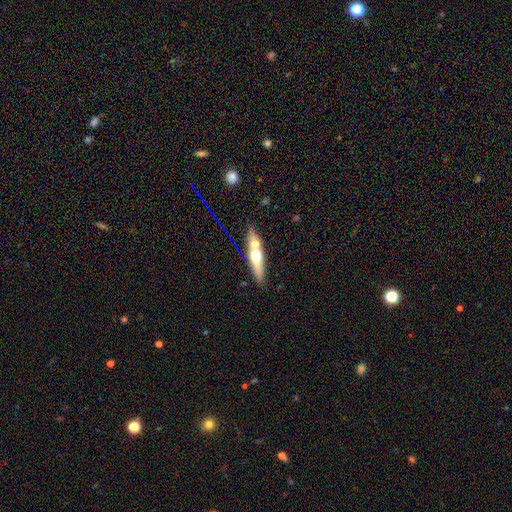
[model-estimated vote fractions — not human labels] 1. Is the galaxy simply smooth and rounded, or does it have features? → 49% featured or disk, 44% smooth, 7% star or artifact.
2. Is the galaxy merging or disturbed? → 64% none, 22% merger, 11% minor disturbance, 4% major disturbance.